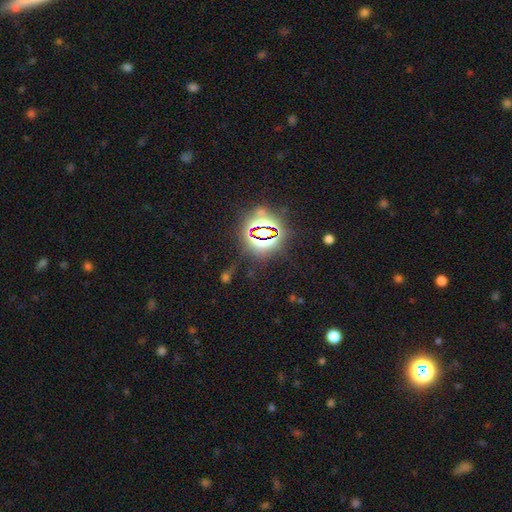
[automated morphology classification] smooth_or_featured: star or artifact (p=0.82) [alt: smooth p=0.11]